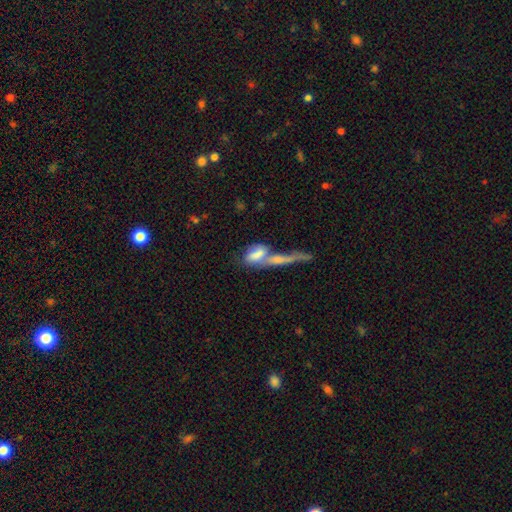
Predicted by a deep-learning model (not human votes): This appears to be a smooth galaxy with no disk features (59%) that is in between round and cigar-shaped (71%). Merging: merger (65%).